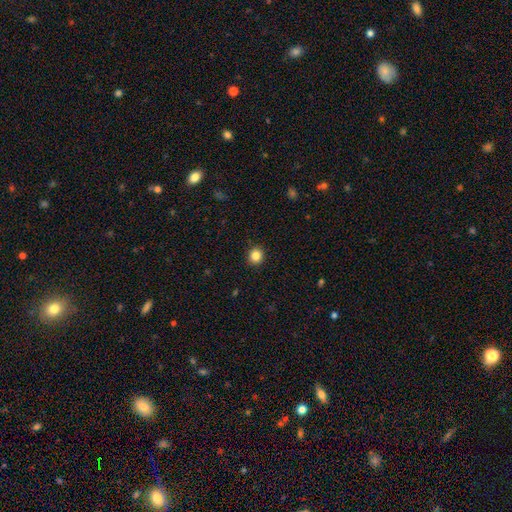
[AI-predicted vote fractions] Smooth or featured: smooth — 85% (star or artifact — 11%)
How rounded: round — 88% (in between — 11%)
Merging: none — 92% (minor disturbance — 5%)